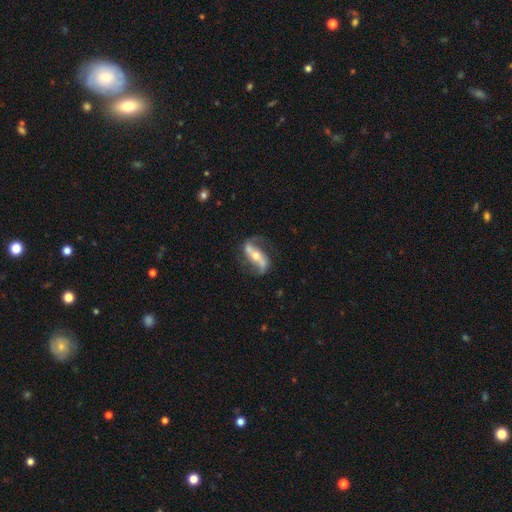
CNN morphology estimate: The model was most divided on "bulge size": moderate: 59%, small: 34%, large: 4%, none: 2%, dominant: 1%. More confident: spiral arms — yes (91%); spiral arm count — 2 (91%); edge-on disk — no (89%); smooth or featured — featured or disk (83%); merging — none (71%); spiral winding — loose (59%); bar — strong (57%).